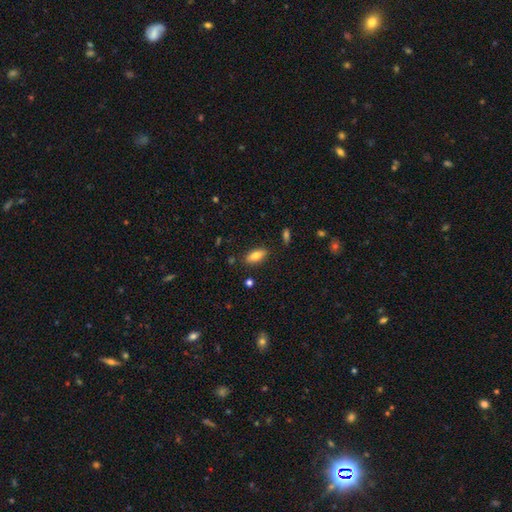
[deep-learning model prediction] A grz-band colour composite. It shows a smooth galaxy with no disk features (73%) that is in between round and cigar-shaped (74%). Merging: none (85%).